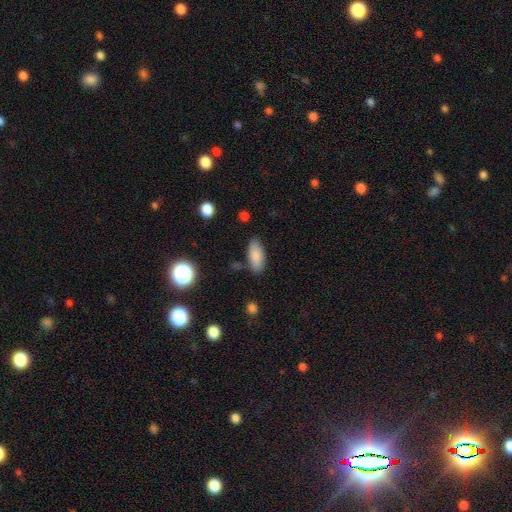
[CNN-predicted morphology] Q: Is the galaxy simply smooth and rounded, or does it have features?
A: smooth — 83%.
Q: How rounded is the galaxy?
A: in between — 85%.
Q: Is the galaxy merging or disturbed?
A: none — 80%.